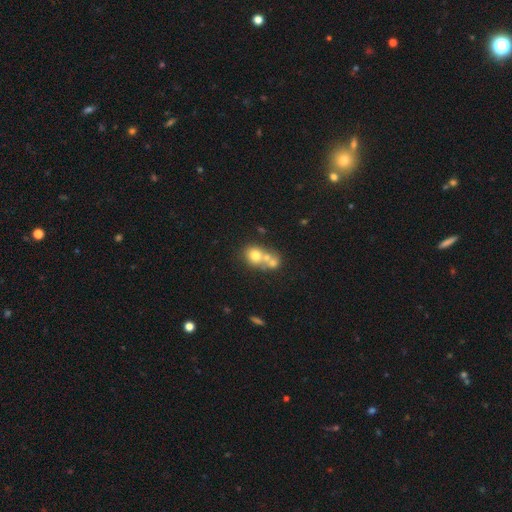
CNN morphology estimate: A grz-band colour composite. It shows a smooth galaxy with no disk features (66%) that is round (72%). Merging: merger (61%).